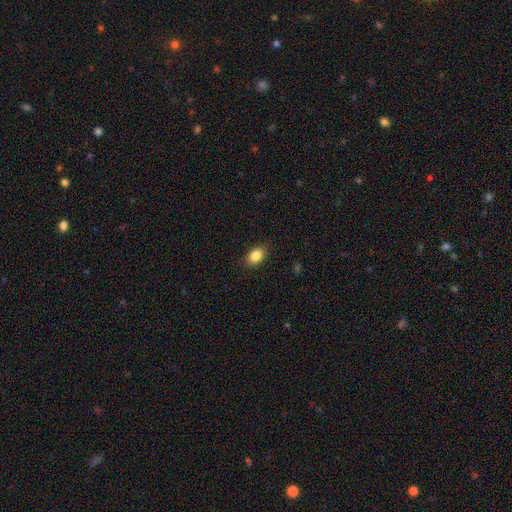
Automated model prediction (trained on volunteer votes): A smooth galaxy with no disk features (86%) that is in between round and cigar-shaped (85%). Merging: none (86%).